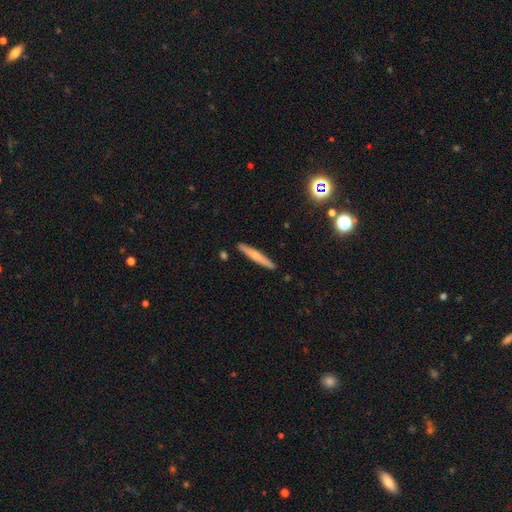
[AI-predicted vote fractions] A smooth galaxy with no disk features (53%) that is cigar-shaped (94%).

Vote fractions:
- Smooth or featured? smooth: 53% / featured or disk: 41% / star or artifact: 6%
- How rounded? cigar-shaped: 94% / in between: 4% / round: 1%
- Merging? none: 90% / minor disturbance: 7% / merger: 2% / major disturbance: 1%